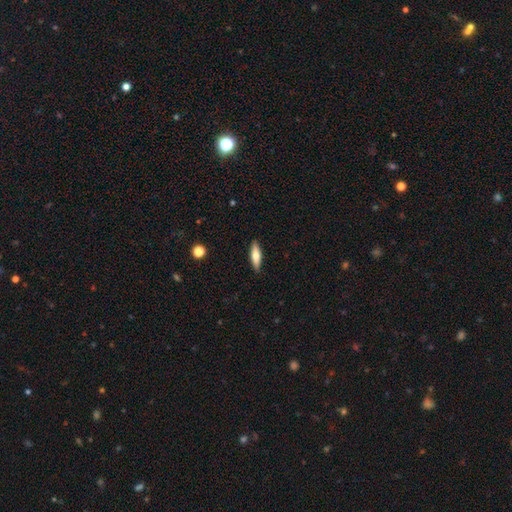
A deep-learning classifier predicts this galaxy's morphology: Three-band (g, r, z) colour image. It shows a smooth galaxy with no disk features (62%) that is cigar-shaped (59%). Merging: none (90%).